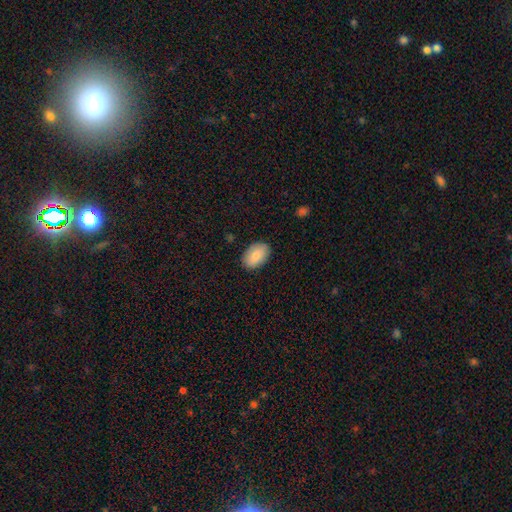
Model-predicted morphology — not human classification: smooth_or_featured: smooth (p=0.84) [alt: featured or disk p=0.09]
how_rounded: in between (p=0.91) [alt: round p=0.08]
merging: none (p=0.87) [alt: minor disturbance p=0.10]